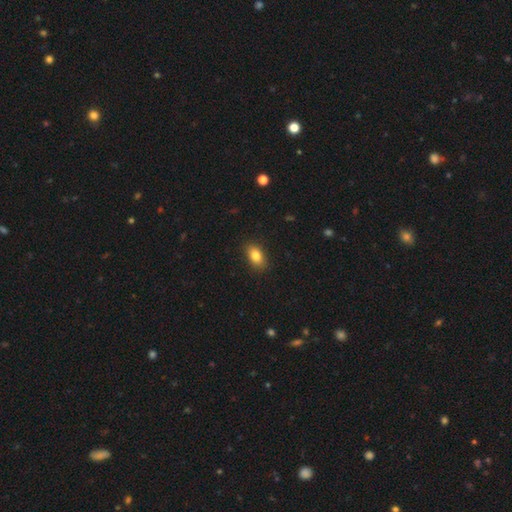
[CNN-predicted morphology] This is clearly a smooth galaxy (84%). How rounded: clearly in between (87%). Merging: clearly none (88%).